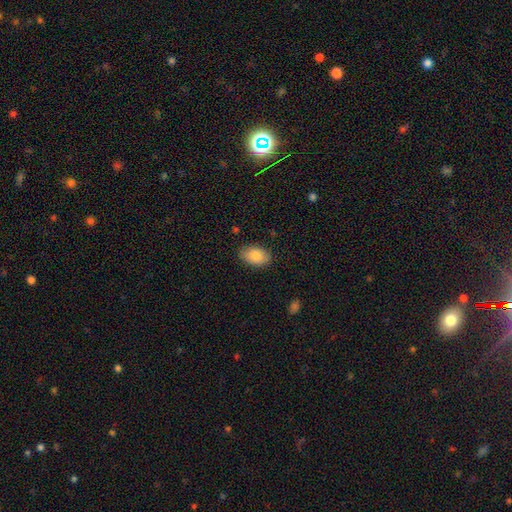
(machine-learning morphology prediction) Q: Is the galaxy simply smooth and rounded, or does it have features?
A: smooth — 84%.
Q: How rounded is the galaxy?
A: in between — 91%.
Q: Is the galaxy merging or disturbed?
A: none — 83%.